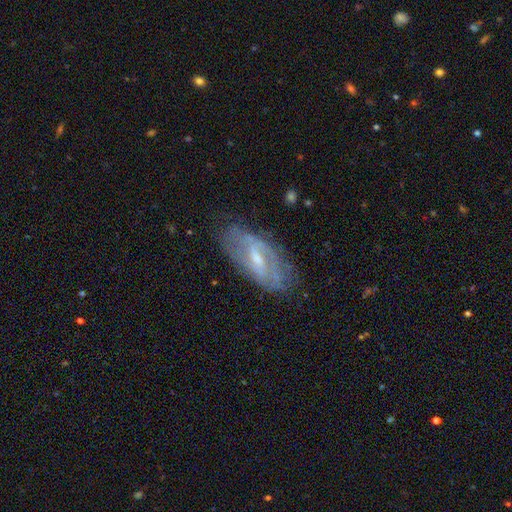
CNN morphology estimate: type=featured or disk (68%); edge-on=no (83%); bar=weak (45%); spiral arms=yes (66%); bulge=small (50%); merging=none (73%).